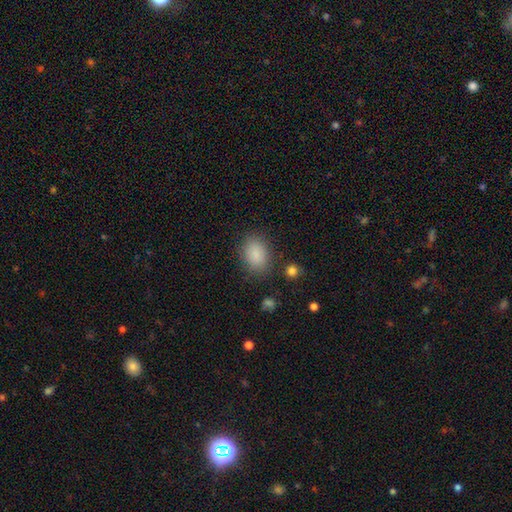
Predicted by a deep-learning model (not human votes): A smooth galaxy with no disk features (87%) that is in between round and cigar-shaped (80%).

Vote fractions:
- Smooth or featured? smooth: 87% / star or artifact: 8% / featured or disk: 5%
- How rounded? in between: 80% / round: 19% / cigar-shaped: 1%
- Merging? none: 81% / minor disturbance: 12% / major disturbance: 4% / merger: 3%